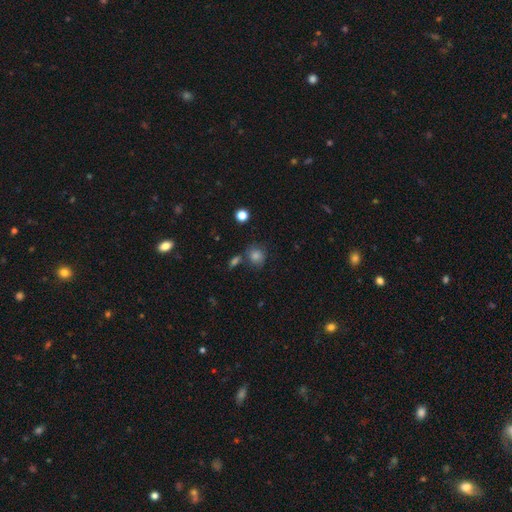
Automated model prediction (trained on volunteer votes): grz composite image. It shows a smooth galaxy with no disk features (80%) that is round (74%). Merging: none (65%).